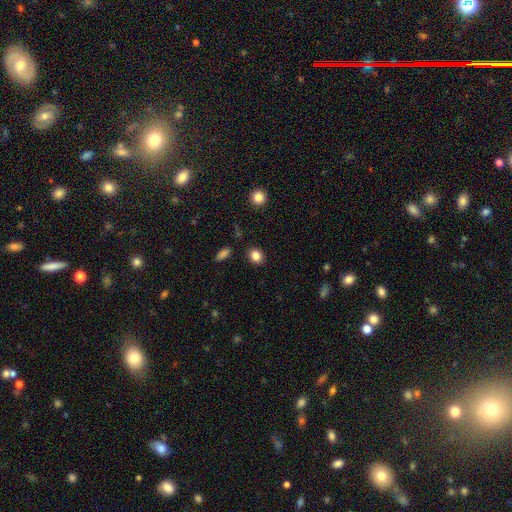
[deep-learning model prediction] smooth 84%, star or artifact 10%, featured or disk 5%. Down the decision tree: how rounded — round (62%); merging — none (89%).